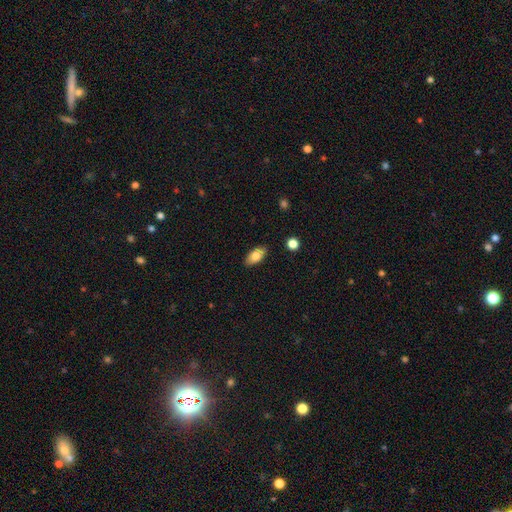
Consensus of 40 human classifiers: Smooth or featured? 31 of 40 (78%) said smooth. How rounded? 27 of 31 (87%) said in between. Merging? 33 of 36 (92%) said none.